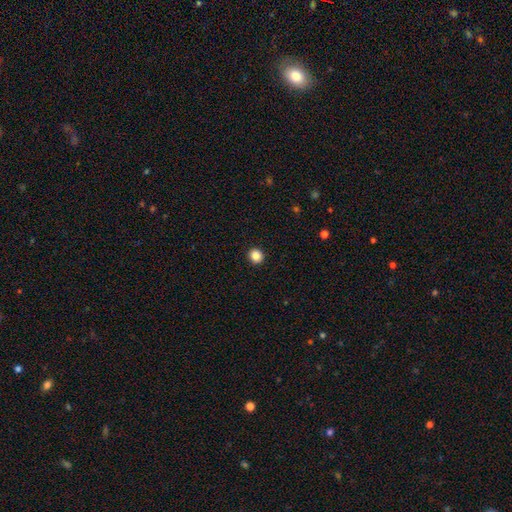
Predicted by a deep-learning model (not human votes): Smooth or featured?
  - smooth: 86% *
  - star or artifact: 10%
  - featured or disk: 4%
How rounded?
  - round: 86% *
  - in between: 13%
  - cigar-shaped: 1%
Merging?
  - none: 93% *
  - minor disturbance: 4%
  - major disturbance: 2%
  - merger: 1%